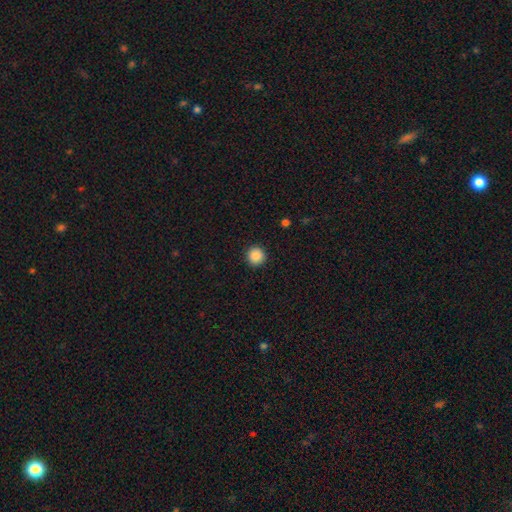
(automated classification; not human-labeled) Smooth or featured: smooth — 88% (star or artifact — 9%)
How rounded: round — 95% (in between — 4%)
Merging: none — 92% (minor disturbance — 5%)